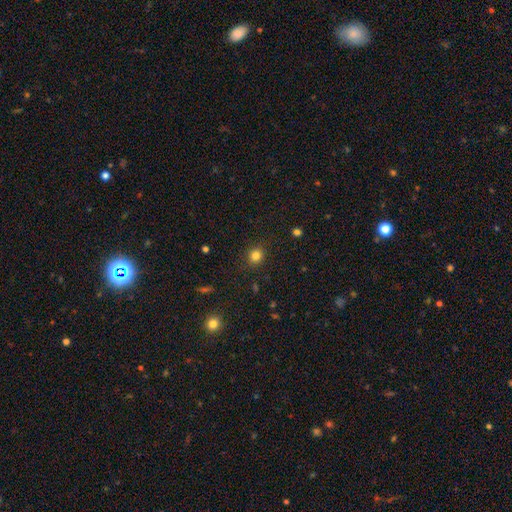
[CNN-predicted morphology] This appears to be a smooth galaxy with no disk features (82%) that is round (83%). Merging: none (88%).